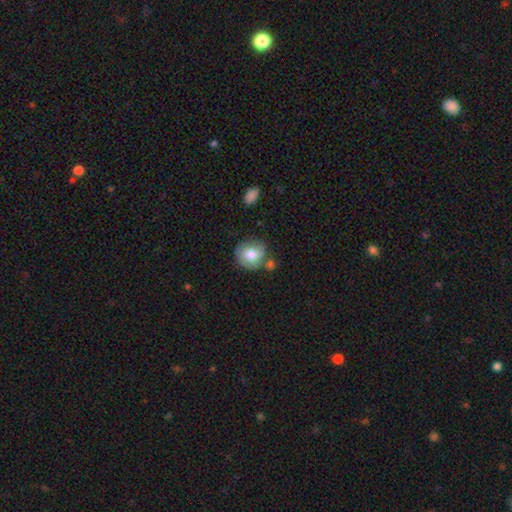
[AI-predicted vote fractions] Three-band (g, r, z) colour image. It shows a smooth galaxy with no disk features (73%) that is round (86%). Merging: none (65%).